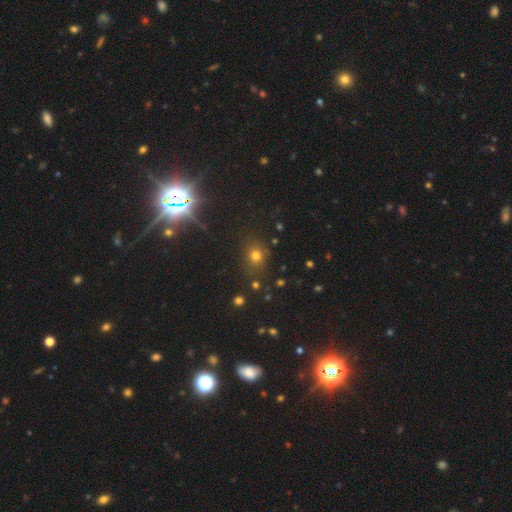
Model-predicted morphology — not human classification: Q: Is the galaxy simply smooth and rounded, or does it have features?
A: smooth — 66%.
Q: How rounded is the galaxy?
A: round — 77%.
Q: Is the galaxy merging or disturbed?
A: none — 82%.